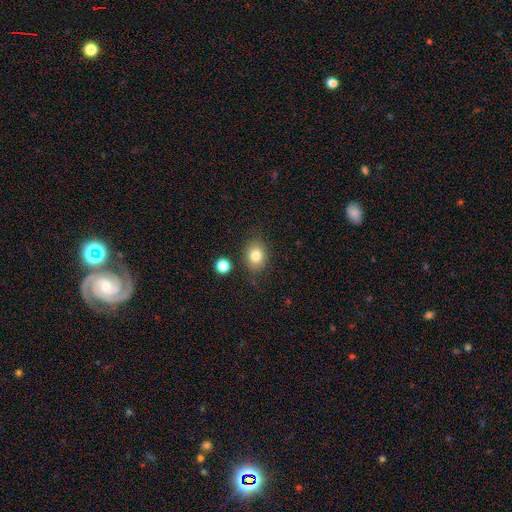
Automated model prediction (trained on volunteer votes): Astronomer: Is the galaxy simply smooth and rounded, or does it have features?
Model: smooth — 81%.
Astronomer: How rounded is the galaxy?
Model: in between — 53% (runner-up: round, 46%).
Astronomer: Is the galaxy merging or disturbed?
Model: none — 80%.